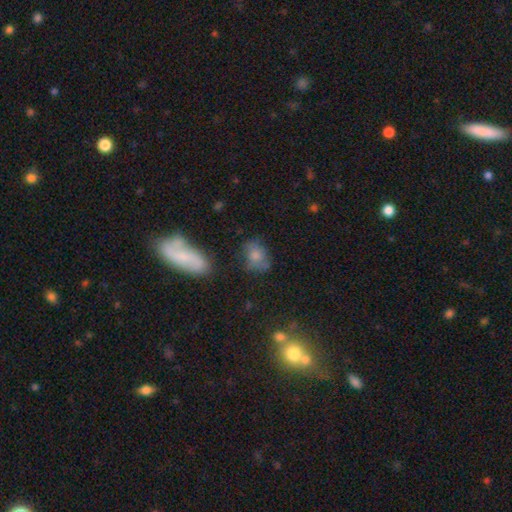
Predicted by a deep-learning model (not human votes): smooth 69%, featured or disk 18%, star or artifact 12%. Down the decision tree: how rounded — in between (61%); merging — none (56%).